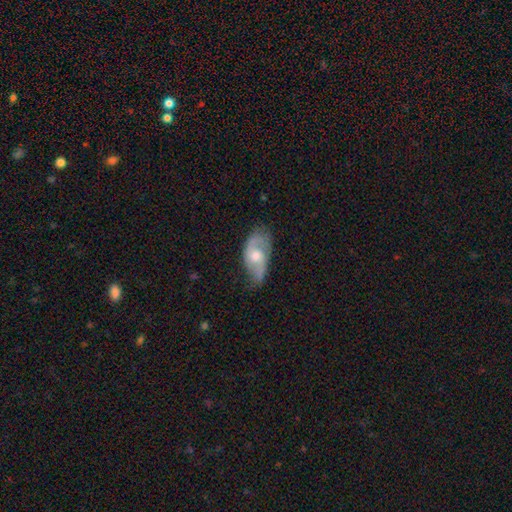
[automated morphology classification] Smooth or featured? Predicted: featured or disk (p=0.64). Edge-on disk? Predicted: no (p=0.92). Bar? Predicted: no (p=0.65). Spiral arms? Predicted: yes (p=0.83). Bulge size? Predicted: moderate (p=0.65). Merging? Predicted: none (p=0.57).